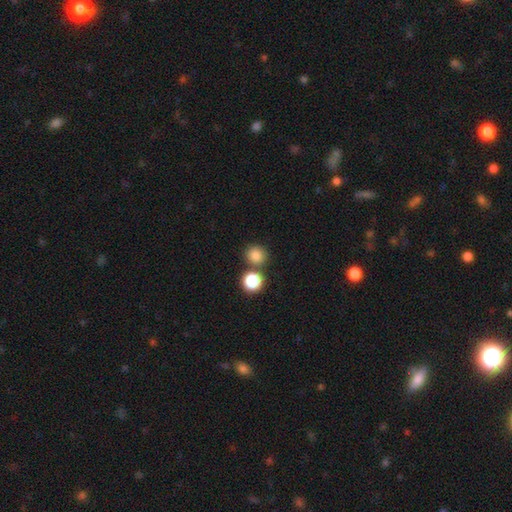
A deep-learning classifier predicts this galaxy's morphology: This is clearly a smooth galaxy (82%). How rounded: clearly round (86%). Merging: likely none (73%).